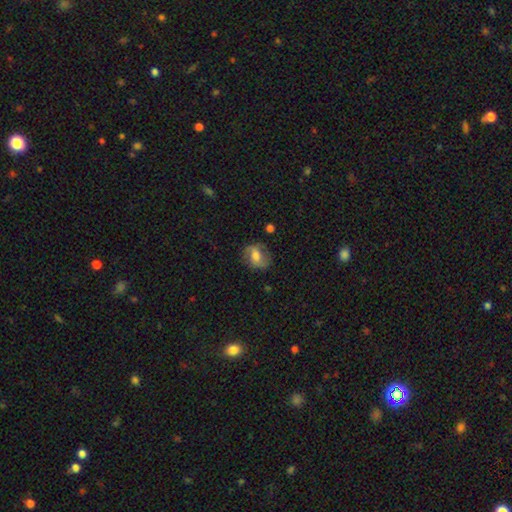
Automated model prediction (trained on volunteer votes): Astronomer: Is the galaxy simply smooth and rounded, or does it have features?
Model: smooth — 49% (runner-up: featured or disk, 42%).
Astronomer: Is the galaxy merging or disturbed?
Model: none — 67%.